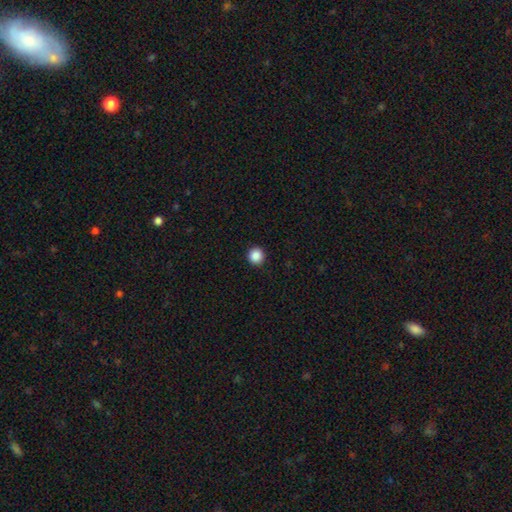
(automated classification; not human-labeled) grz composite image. It shows a smooth galaxy with no disk features (88%) that is round (94%). Merging: none (93%).